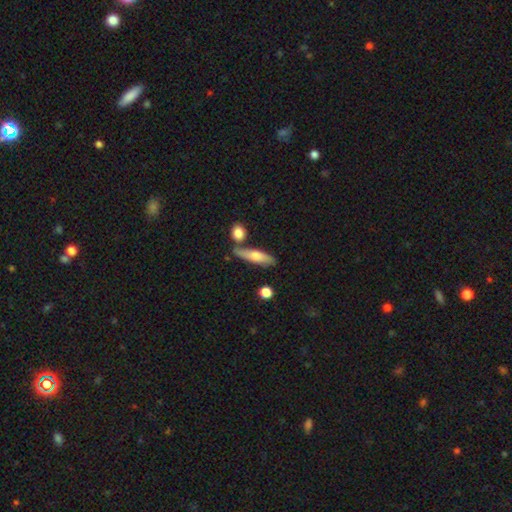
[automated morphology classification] Smooth or featured?
  - smooth: 61% *
  - featured or disk: 33%
  - star or artifact: 6%
How rounded?
  - cigar-shaped: 61% *
  - in between: 35%
  - round: 3%
Merging?
  - none: 67% *
  - merger: 15%
  - minor disturbance: 14%
  - major disturbance: 4%